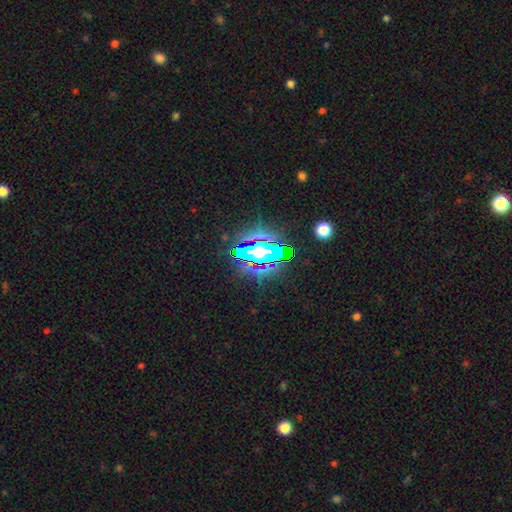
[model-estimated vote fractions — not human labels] Overall: star or artifact (66%).